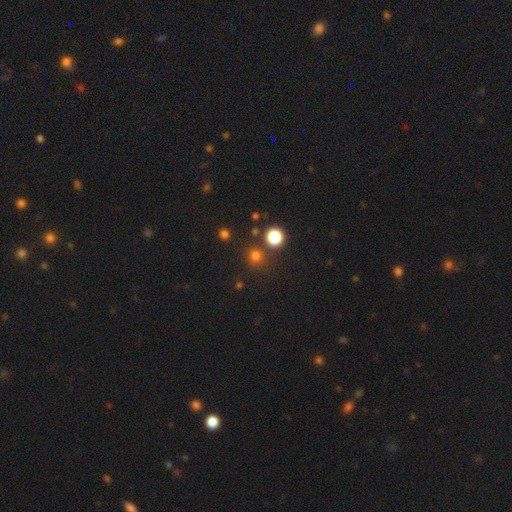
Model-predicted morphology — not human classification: Overall: smooth (71%). How rounded: round (91%). Merging: none (83%).